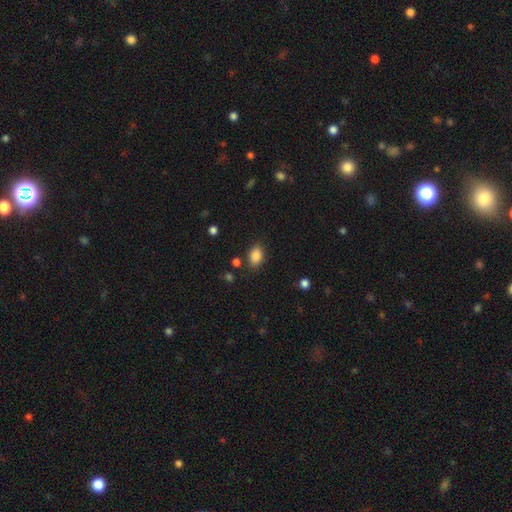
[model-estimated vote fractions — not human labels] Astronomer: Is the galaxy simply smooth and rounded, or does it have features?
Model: smooth — 86%.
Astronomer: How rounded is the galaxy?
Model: in between — 82%.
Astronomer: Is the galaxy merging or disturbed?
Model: none — 80%.